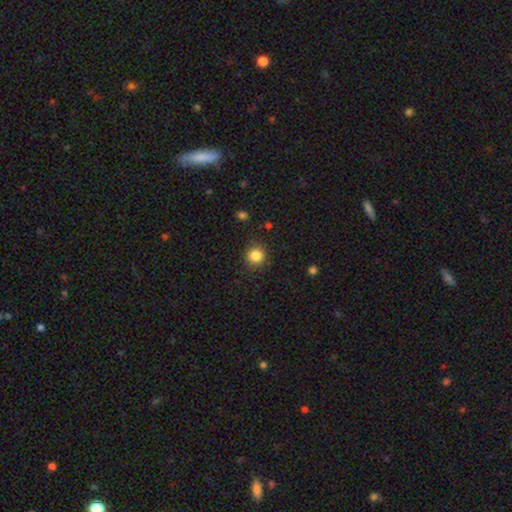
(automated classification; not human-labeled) Smooth or featured?
  - smooth: 84% *
  - star or artifact: 11%
  - featured or disk: 5%
How rounded?
  - round: 90% *
  - in between: 9%
  - cigar-shaped: 1%
Merging?
  - none: 89% *
  - minor disturbance: 7%
  - major disturbance: 2%
  - merger: 1%